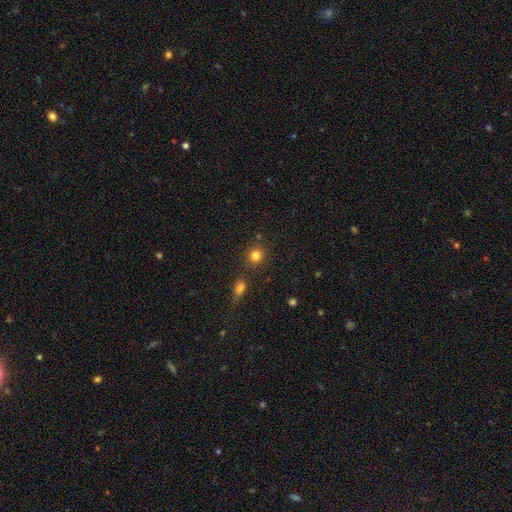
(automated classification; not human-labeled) This is clearly a smooth galaxy (82%). How rounded: clearly round (88%). Merging: clearly none (82%).